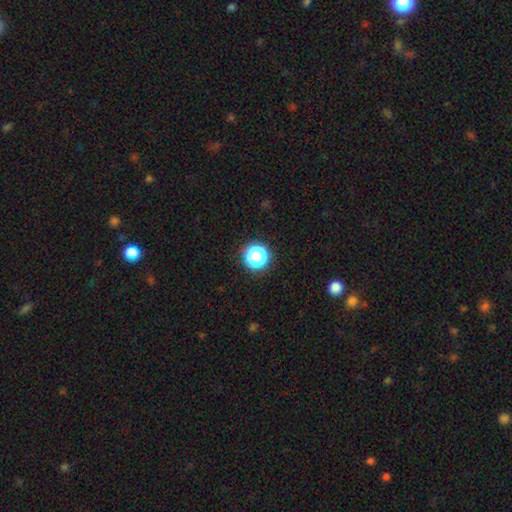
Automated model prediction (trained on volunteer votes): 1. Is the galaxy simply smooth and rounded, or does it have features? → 55% smooth, 36% star or artifact, 9% featured or disk.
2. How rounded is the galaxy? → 91% round, 8% in between, 1% cigar-shaped.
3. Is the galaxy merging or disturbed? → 82% none, 10% minor disturbance, 5% major disturbance, 3% merger.